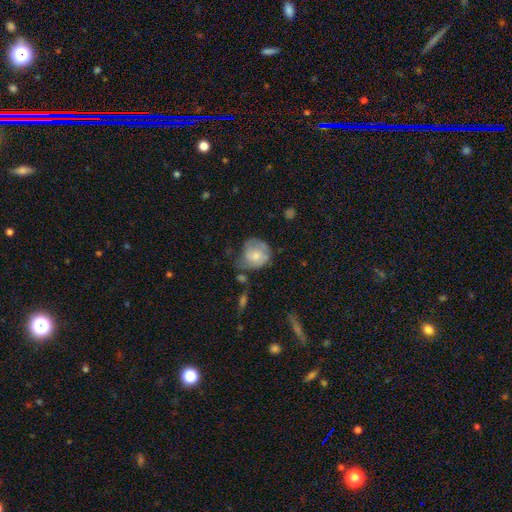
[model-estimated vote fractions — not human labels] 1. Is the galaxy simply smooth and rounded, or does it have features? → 62% smooth, 31% featured or disk, 7% star or artifact.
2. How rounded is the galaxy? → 75% round, 24% in between, 1% cigar-shaped.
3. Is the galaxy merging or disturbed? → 40% none, 34% minor disturbance, 20% major disturbance, 5% merger.